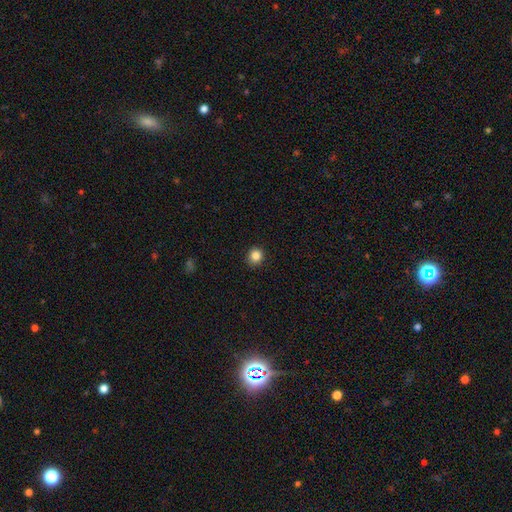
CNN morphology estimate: Q: Smooth or featured?
A: smooth (85%); runner-up: star or artifact (11%)
Q: How rounded?
A: round (86%); runner-up: in between (13%)
Q: Merging?
A: none (91%); runner-up: minor disturbance (6%)